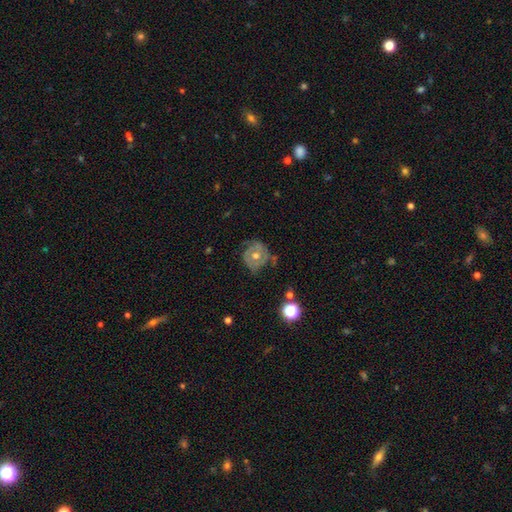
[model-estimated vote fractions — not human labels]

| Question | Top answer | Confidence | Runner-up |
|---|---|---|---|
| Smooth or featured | featured or disk | 69% | smooth (22%) |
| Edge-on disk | no | 97% | yes (3%) |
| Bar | no | 81% | weak (15%) |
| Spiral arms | yes | 72% | no (28%) |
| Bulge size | moderate | 72% | small (23%) |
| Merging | none | 64% | minor disturbance (23%) |